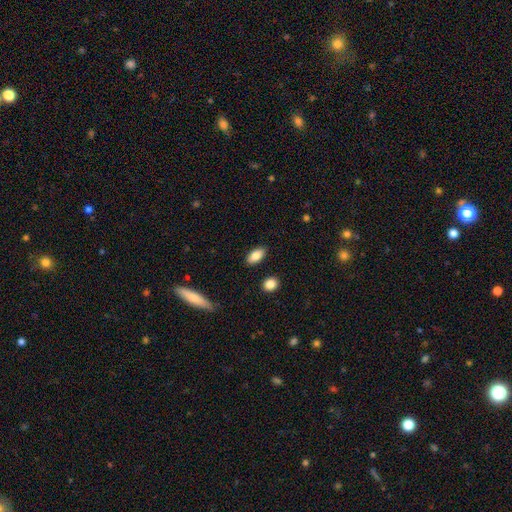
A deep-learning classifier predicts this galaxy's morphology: Smooth or featured? Predicted: smooth (p=0.85). How rounded? Predicted: in between (p=0.90). Merging? Predicted: none (p=0.87).